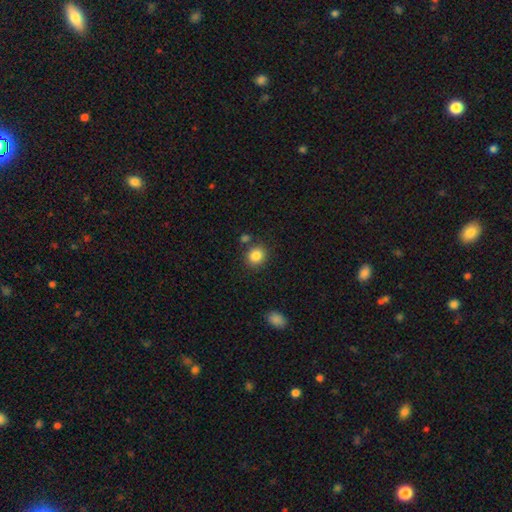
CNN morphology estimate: Smooth or featured?
  - smooth: 85% *
  - star or artifact: 10%
  - featured or disk: 5%
How rounded?
  - round: 76% *
  - in between: 23%
  - cigar-shaped: 1%
Merging?
  - none: 79% *
  - minor disturbance: 10%
  - merger: 8%
  - major disturbance: 3%